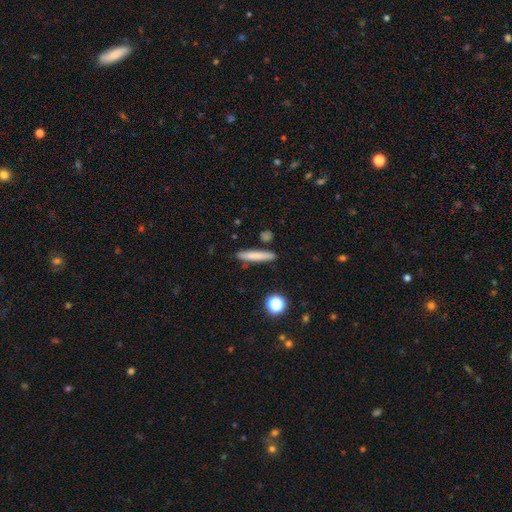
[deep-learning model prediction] smooth_or_featured: smooth (p=0.75) [alt: featured or disk p=0.18]
how_rounded: cigar-shaped (p=0.92) [alt: in between p=0.06]
merging: none (p=0.86) [alt: minor disturbance p=0.09]